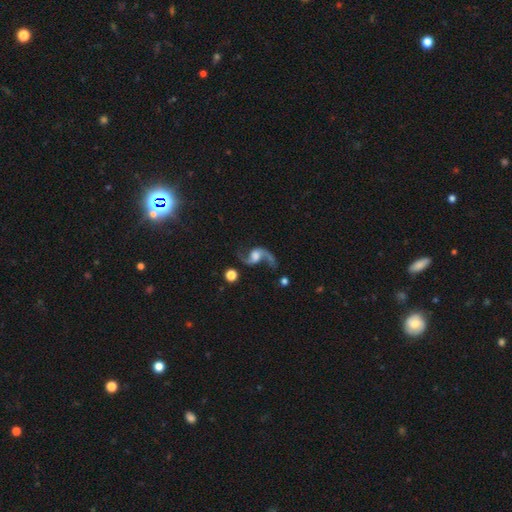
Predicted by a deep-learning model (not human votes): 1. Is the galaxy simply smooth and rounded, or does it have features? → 87% featured or disk, 6% smooth, 6% star or artifact.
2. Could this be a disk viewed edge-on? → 97% no, 3% yes.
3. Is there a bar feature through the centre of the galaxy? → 52% no, 37% weak, 11% strong.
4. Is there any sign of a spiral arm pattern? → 97% yes, 3% no.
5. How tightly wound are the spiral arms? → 84% loose, 13% medium, 3% tight.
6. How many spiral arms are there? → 93% 2, 3% 1, 1% can't tell, 1% 3, 1% 4, 1% more than 4.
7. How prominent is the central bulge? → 34% large, 30% moderate, 16% none, 14% small, 5% dominant.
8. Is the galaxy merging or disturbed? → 69% none, 14% minor disturbance, 12% major disturbance, 6% merger.